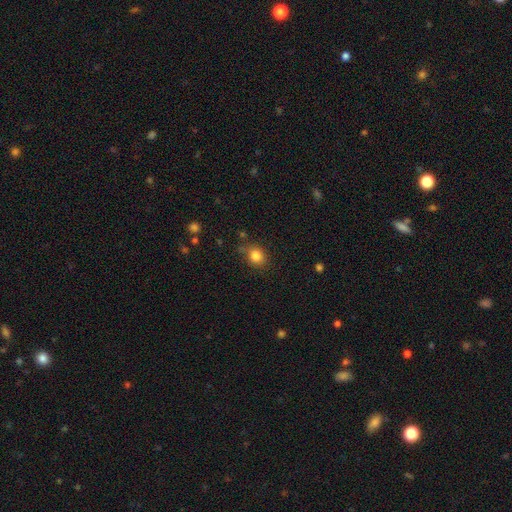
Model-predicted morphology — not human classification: A smooth galaxy with no disk features (83%) that is round (69%). Merging: none (76%).